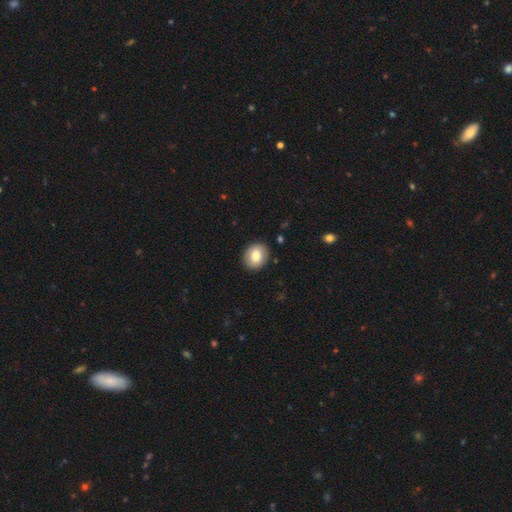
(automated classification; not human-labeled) Q: Smooth or featured?
A: smooth (79%); runner-up: featured or disk (14%)
Q: How rounded?
A: round (63%); runner-up: in between (36%)
Q: Merging?
A: none (89%); runner-up: minor disturbance (8%)